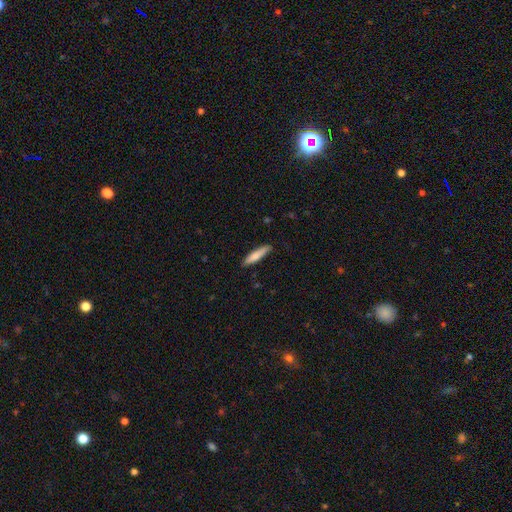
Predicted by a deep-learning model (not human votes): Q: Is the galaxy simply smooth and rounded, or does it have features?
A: smooth — 75%.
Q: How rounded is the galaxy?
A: cigar-shaped — 86%.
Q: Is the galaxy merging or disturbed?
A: none — 87%.